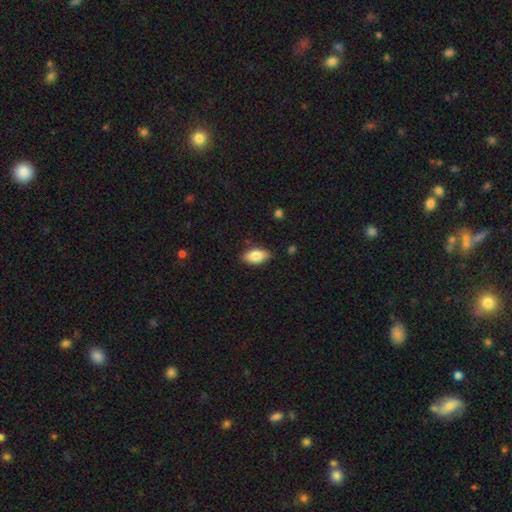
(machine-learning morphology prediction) type=smooth (82%); roundness=in between (91%); merging=none (85%).